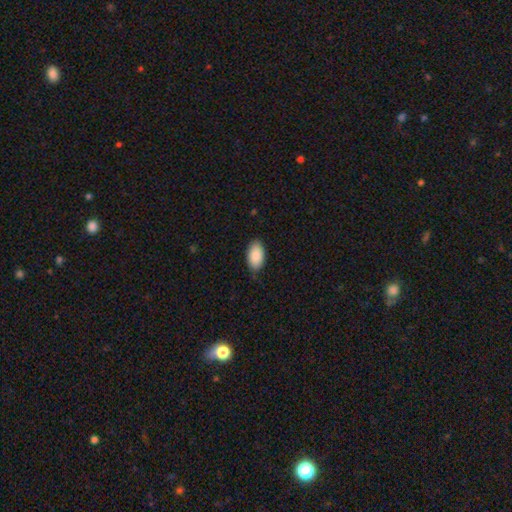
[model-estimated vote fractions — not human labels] Smooth or featured? smooth (90%)
How rounded? in between (95%)
Merging? none (81%)